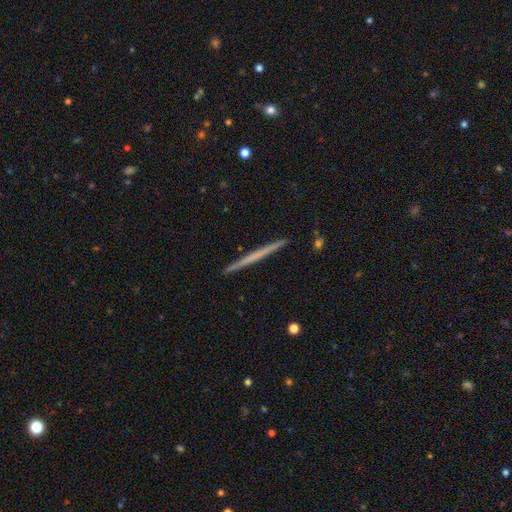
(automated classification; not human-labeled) Morphology: type=featured or disk (51%); edge-on=yes (98%); edge-on bulge=none (91%); merging=none (93%).